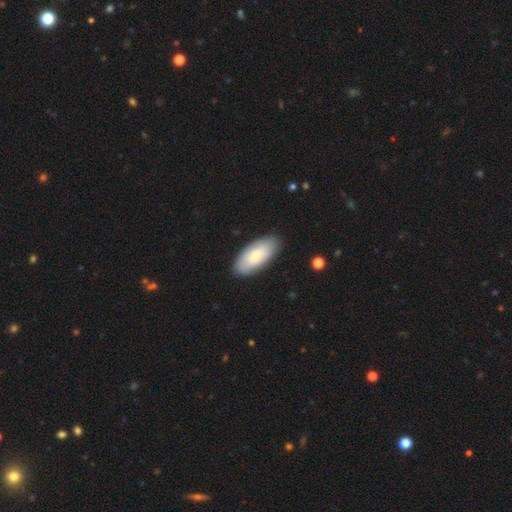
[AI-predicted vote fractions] Smooth or featured?
  - smooth: 77% *
  - featured or disk: 18%
  - star or artifact: 5%
How rounded?
  - in between: 89% *
  - cigar-shaped: 9%
  - round: 2%
Merging?
  - none: 87% *
  - minor disturbance: 10%
  - major disturbance: 2%
  - merger: 1%